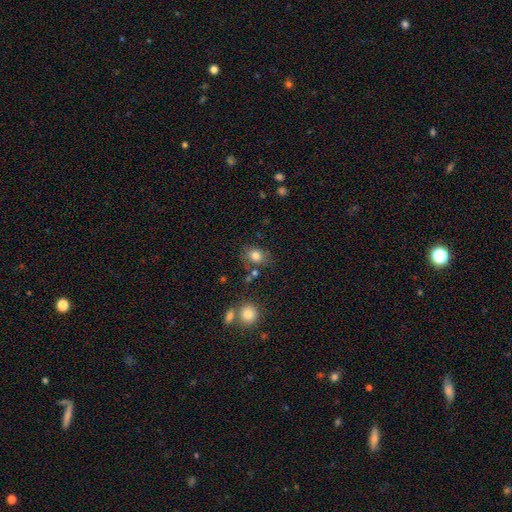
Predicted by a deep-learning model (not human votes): Smooth or featured: smooth — 81% (star or artifact — 11%)
How rounded: in between — 50% (round — 49%)
Merging: none — 68% (minor disturbance — 18%)